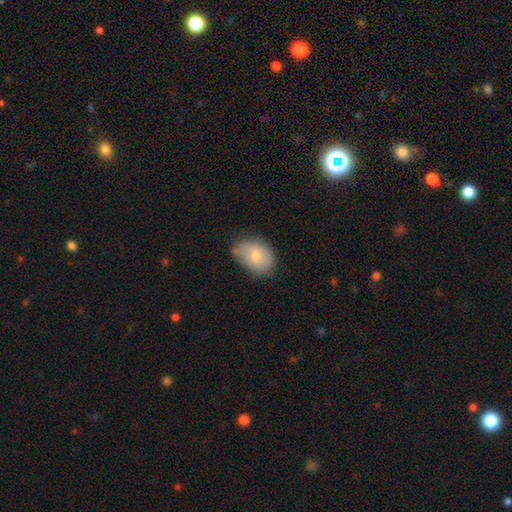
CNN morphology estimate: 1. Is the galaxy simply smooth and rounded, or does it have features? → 73% smooth, 19% featured or disk, 8% star or artifact.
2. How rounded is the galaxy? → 76% in between, 23% round, 1% cigar-shaped.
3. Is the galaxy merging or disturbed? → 63% none, 28% minor disturbance, 6% major disturbance, 3% merger.